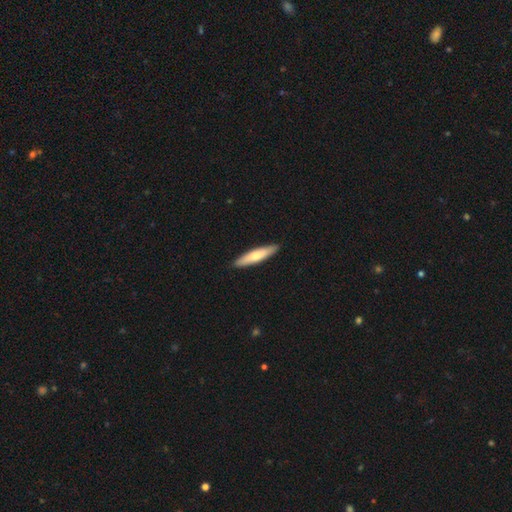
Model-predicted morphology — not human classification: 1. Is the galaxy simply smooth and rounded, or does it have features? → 62% smooth, 33% featured or disk, 5% star or artifact.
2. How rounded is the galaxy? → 83% cigar-shaped, 15% in between, 1% round.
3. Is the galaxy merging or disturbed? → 91% none, 7% minor disturbance, 1% major disturbance, 1% merger.